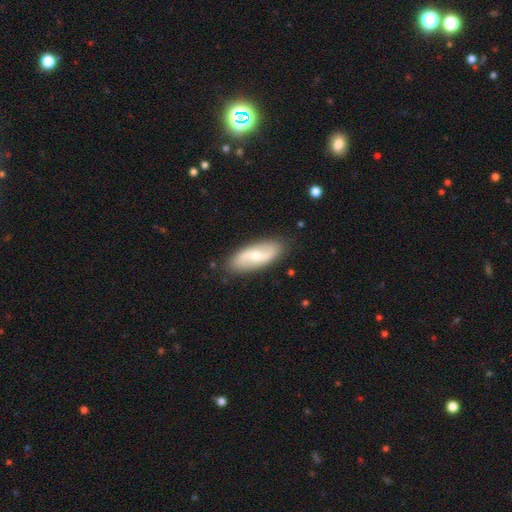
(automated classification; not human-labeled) This appears to be a featured or disk galaxy (62%) with no bar (46%), spiral arms (83%) and a small central bulge (52%). Merging: none (86%).